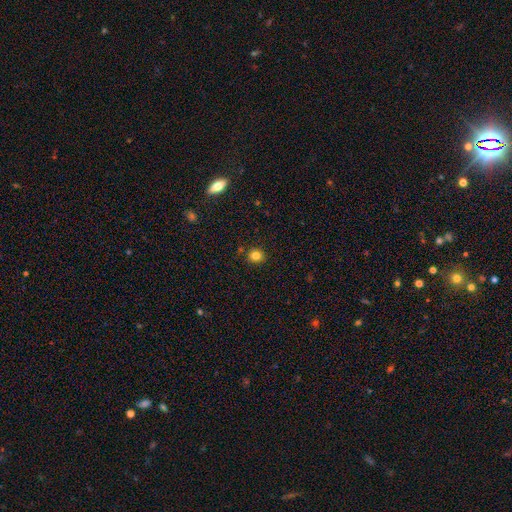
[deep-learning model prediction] A smooth galaxy with no disk features (82%) that is round (85%). Merging: none (87%).